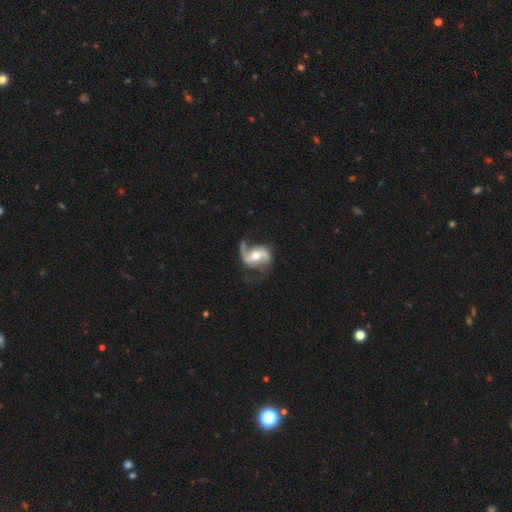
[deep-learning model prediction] featured or disk 88%, smooth 8%, star or artifact 5%. Down the decision tree: edge-on disk — no (97%); bar — weak (38%); spiral arms — yes (96%); spiral arm count — 2 (89%); spiral winding — loose (52%); bulge size — moderate (73%); merging — none (65%).